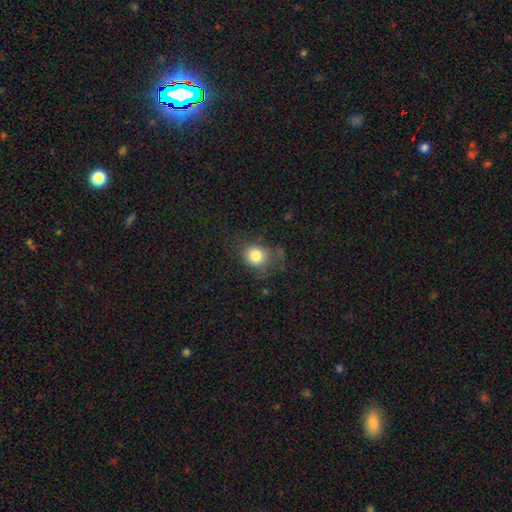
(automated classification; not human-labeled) The model was most divided on "merging": none: 62%, minor disturbance: 23%, major disturbance: 13%, merger: 2%. More confident: smooth or featured — smooth (81%); how rounded — round (71%).